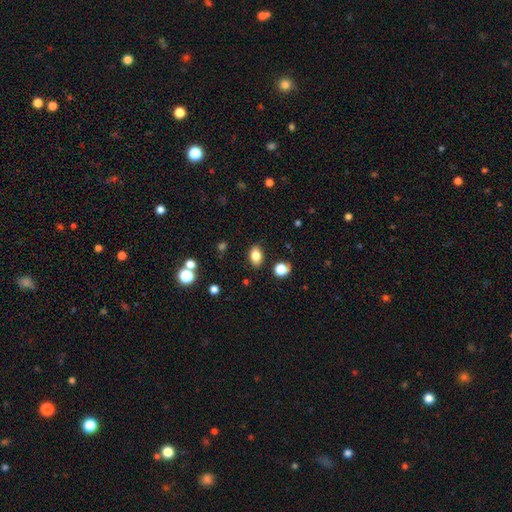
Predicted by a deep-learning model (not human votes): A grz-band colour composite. It shows a smooth galaxy with no disk features (82%) that is in between round and cigar-shaped (83%). Merging: none (86%).